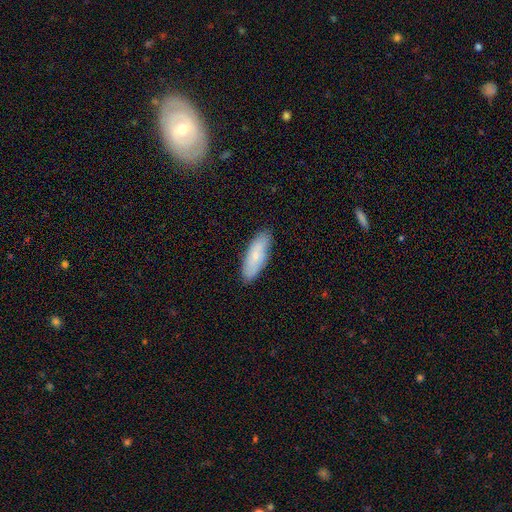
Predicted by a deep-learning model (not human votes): smooth 69%, featured or disk 25%, star or artifact 6%. Down the decision tree: how rounded — in between (67%); merging — none (85%).